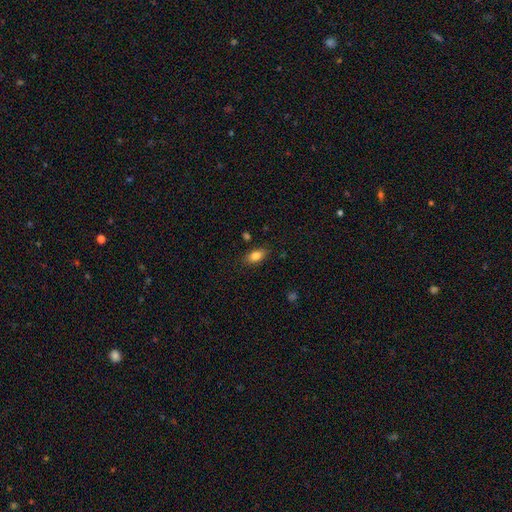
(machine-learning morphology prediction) Q: Smooth or featured?
A: smooth (83%); runner-up: star or artifact (9%)
Q: How rounded?
A: in between (86%); runner-up: round (8%)
Q: Merging?
A: none (82%); runner-up: minor disturbance (13%)